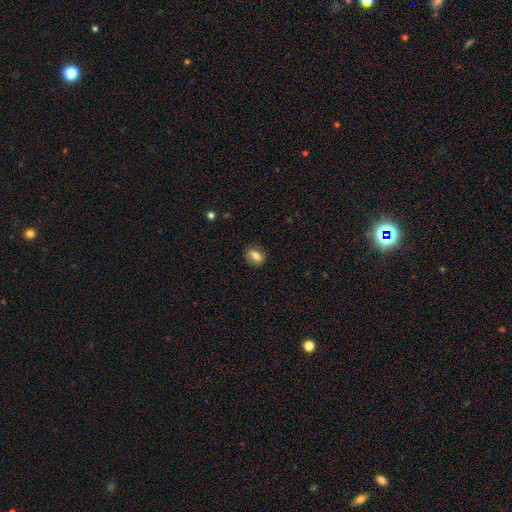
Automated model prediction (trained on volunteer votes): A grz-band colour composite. It shows a smooth galaxy with no disk features (70%) that is in between round and cigar-shaped (63%). Merging: none (83%).